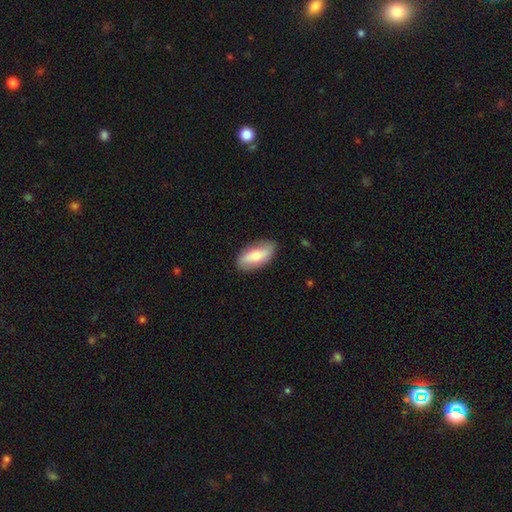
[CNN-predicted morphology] smooth 67%, featured or disk 27%, star or artifact 6%. Down the decision tree: how rounded — in between (89%); merging — none (83%).